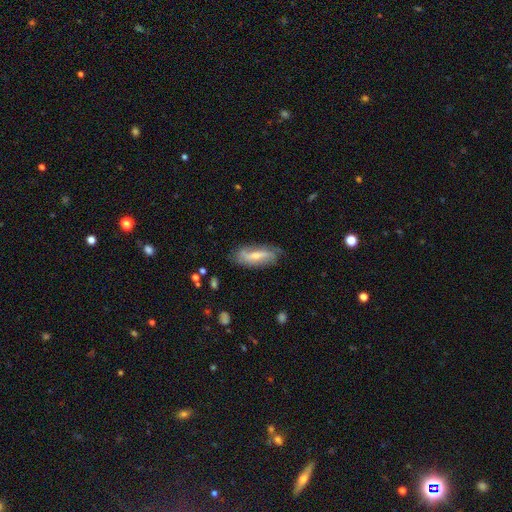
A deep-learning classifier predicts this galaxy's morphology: featured or disk 54%, smooth 39%, star or artifact 7%. Down the decision tree: edge-on disk — no (74%); merging — none (70%).